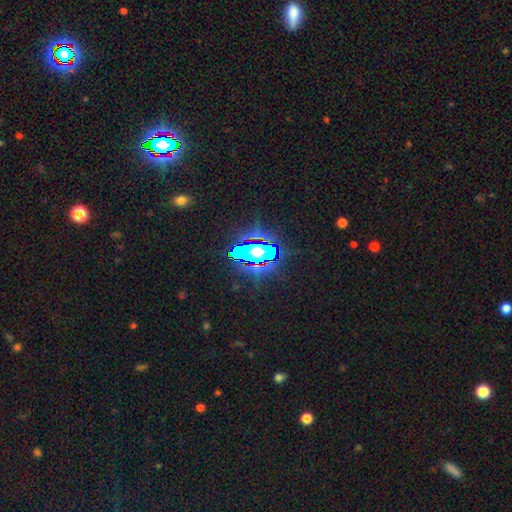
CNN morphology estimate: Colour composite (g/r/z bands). It shows a star or artifact, not a galaxy (57%).